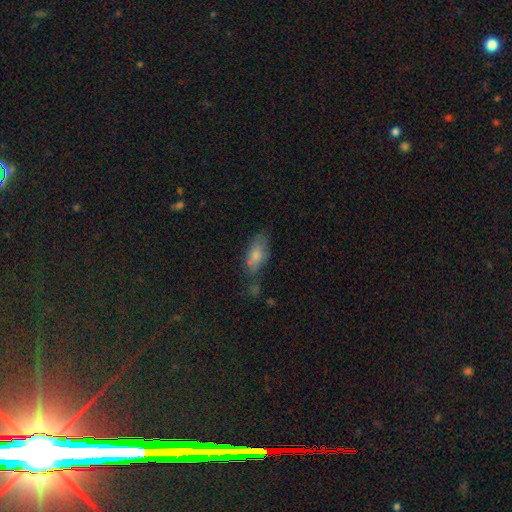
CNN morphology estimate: Smooth or featured? smooth (74%)
How rounded? in between (85%)
Merging? none (50%)